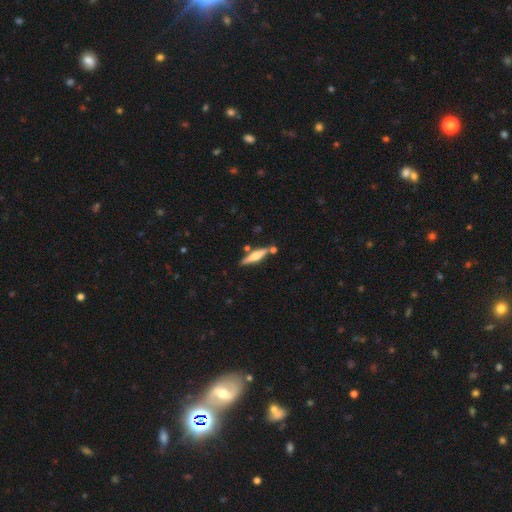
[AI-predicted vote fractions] smooth_or_featured: featured or disk (p=0.55) [alt: smooth p=0.39]
disk_edge_on: yes (p=0.96) [alt: no p=0.04]
edge_on_bulge: rounded (p=0.81) [alt: boxy p=0.13]
merging: none (p=0.77) [alt: minor disturbance p=0.11]